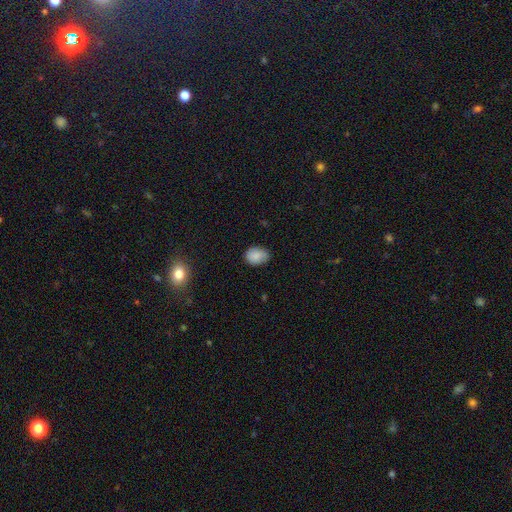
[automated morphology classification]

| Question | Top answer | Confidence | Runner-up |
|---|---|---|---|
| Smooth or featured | smooth | 84% | star or artifact (9%) |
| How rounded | in between | 62% | round (37%) |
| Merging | none | 70% | minor disturbance (25%) |